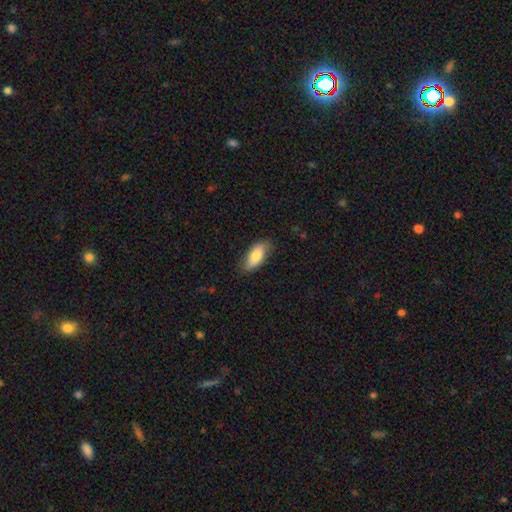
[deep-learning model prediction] Smooth or featured? Predicted: smooth (p=0.78). How rounded? Predicted: in between (p=0.86). Merging? Predicted: none (p=0.79).